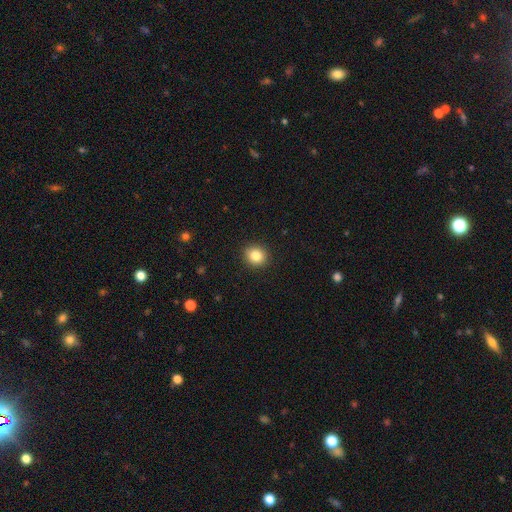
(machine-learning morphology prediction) smooth-or-featured: smooth: 84% | star or artifact: 10% | featured or disk: 6%
  how-rounded: round: 81% | in between: 18% | cigar-shaped: 1%
  merging: none: 91% | minor disturbance: 6% | major disturbance: 2% | merger: 1%